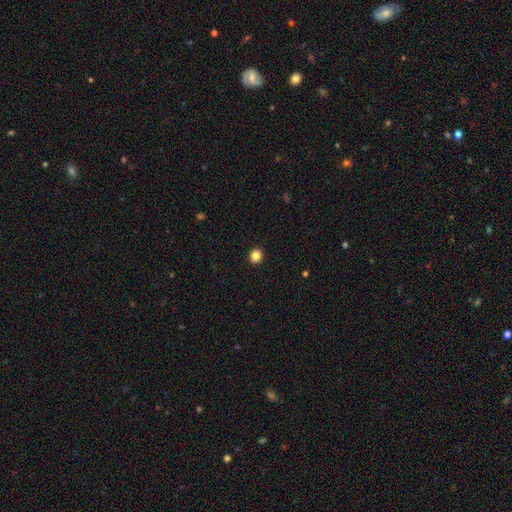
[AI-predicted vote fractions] smooth-or-featured: smooth: 85% | star or artifact: 11% | featured or disk: 4%
  how-rounded: round: 82% | in between: 17% | cigar-shaped: 1%
  merging: none: 93% | minor disturbance: 5% | major disturbance: 1% | merger: 1%